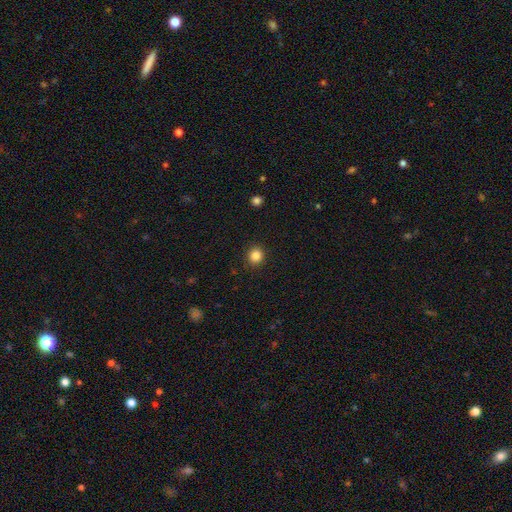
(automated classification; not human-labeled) Smooth or featured? smooth (85%)
How rounded? round (90%)
Merging? none (91%)